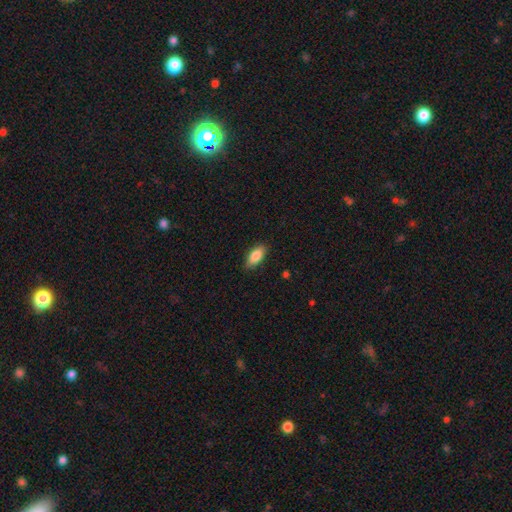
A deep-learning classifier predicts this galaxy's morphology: This appears to be a smooth galaxy with no disk features (85%) that is in between round and cigar-shaped (87%). Merging: none (87%).